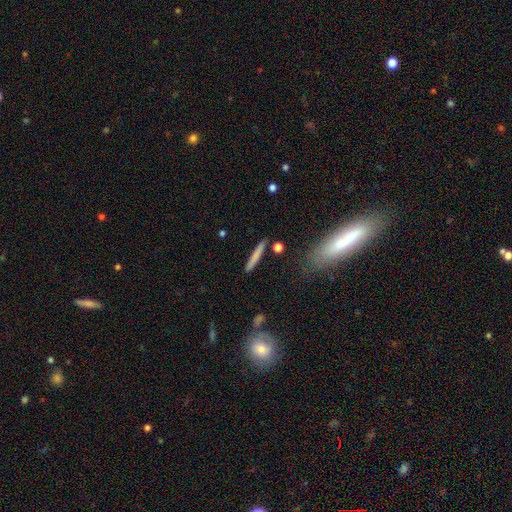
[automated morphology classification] Smooth or featured? smooth (72%)
How rounded? cigar-shaped (94%)
Merging? none (85%)